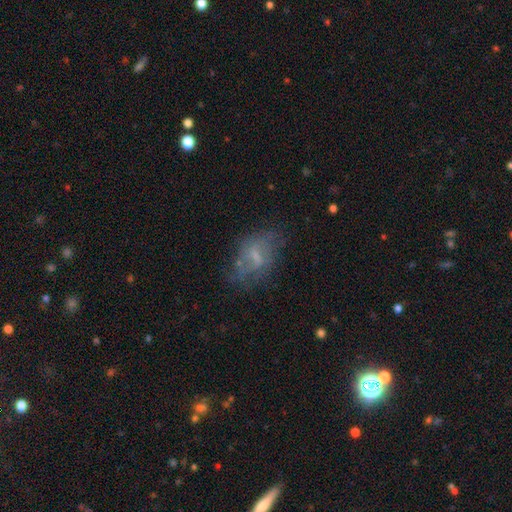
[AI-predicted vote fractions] This is possibly a featured or disk galaxy (47%). Merging: possibly none (53%).